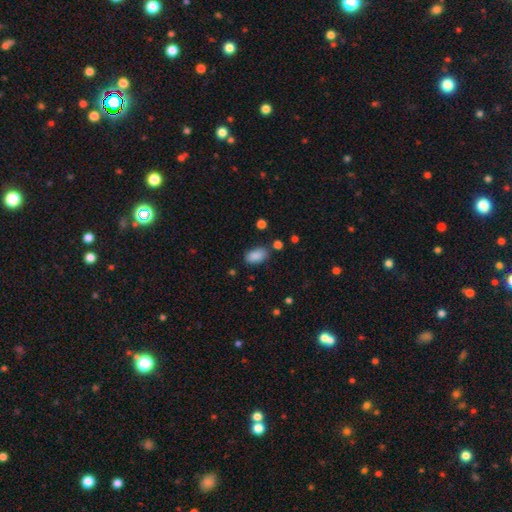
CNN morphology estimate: type=smooth (88%); roundness=in between (92%); merging=none (78%).